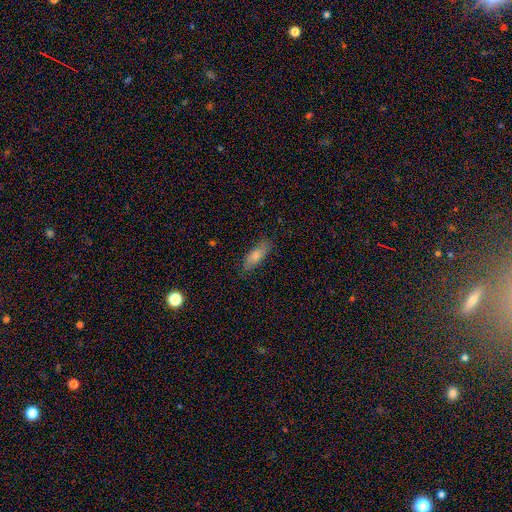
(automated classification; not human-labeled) Q: Smooth or featured?
A: smooth (61%); runner-up: featured or disk (30%)
Q: How rounded?
A: in between (59%); runner-up: cigar-shaped (38%)
Q: Merging?
A: none (82%); runner-up: minor disturbance (14%)